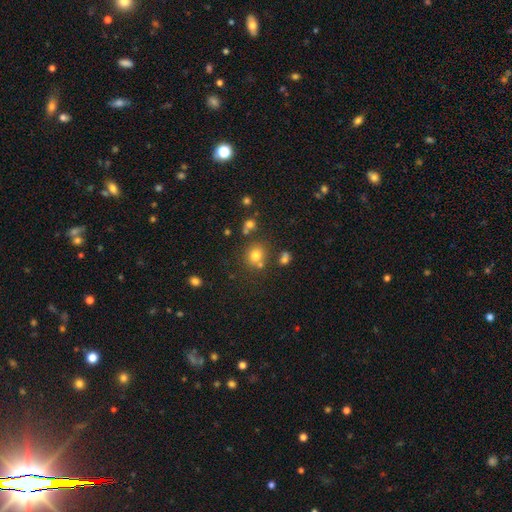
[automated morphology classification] The model was most divided on "merging": none: 69%, merger: 15%, minor disturbance: 11%, major disturbance: 4%. More confident: how rounded — round (77%); smooth or featured — smooth (74%).